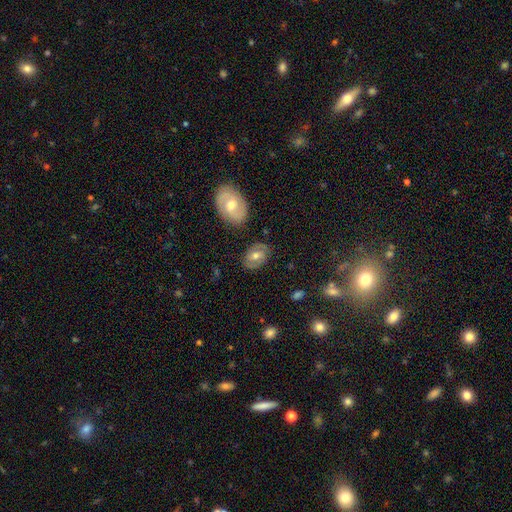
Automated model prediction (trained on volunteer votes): The model was most divided on "smooth or featured": featured or disk: 51%, smooth: 41%, star or artifact: 8%. More confident: edge-on disk — no (94%); merging — none (80%).